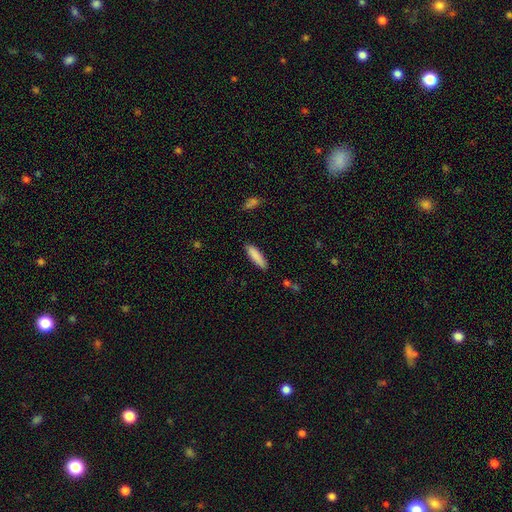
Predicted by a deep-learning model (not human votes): smooth-or-featured: smooth: 87% | featured or disk: 7% | star or artifact: 6%
  how-rounded: cigar-shaped: 70% | in between: 29% | round: 1%
  merging: none: 86% | minor disturbance: 11% | major disturbance: 2% | merger: 1%